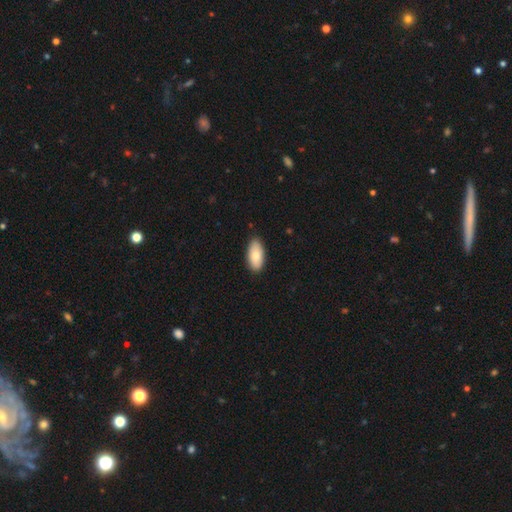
This appears to be a smooth galaxy with no disk features (86%) that is in between round and cigar-shaped (94%). Merging: none (92%).